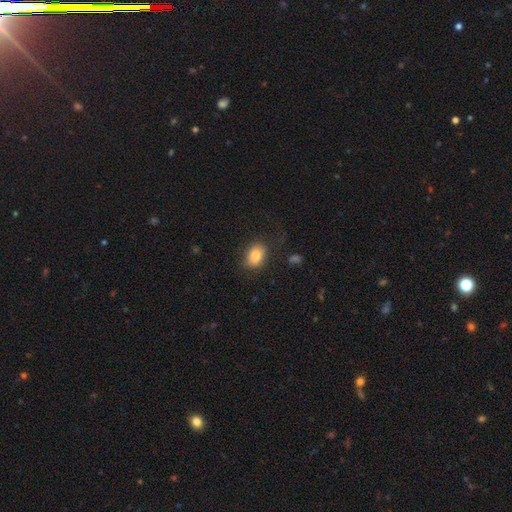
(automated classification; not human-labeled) This appears to be a smooth galaxy with no disk features (84%) that is in between round and cigar-shaped (79%). Merging: none (75%).